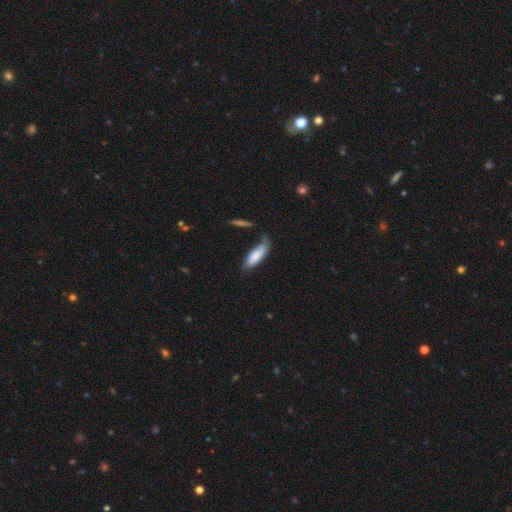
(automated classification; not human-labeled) smooth 81%, featured or disk 13%, star or artifact 6%. Down the decision tree: how rounded — in between (59%); merging — none (52%).